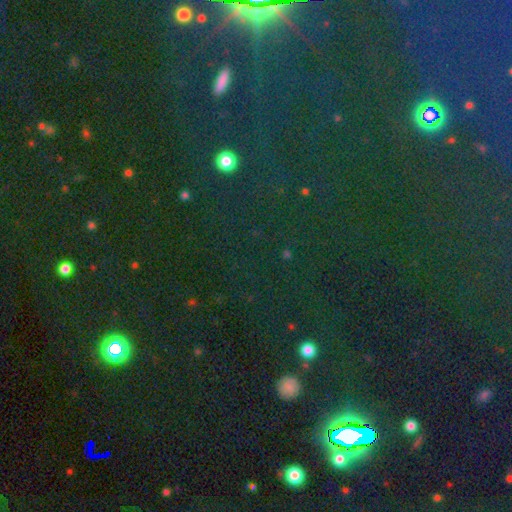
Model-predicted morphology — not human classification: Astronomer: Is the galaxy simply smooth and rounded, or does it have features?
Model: star or artifact — 78%.